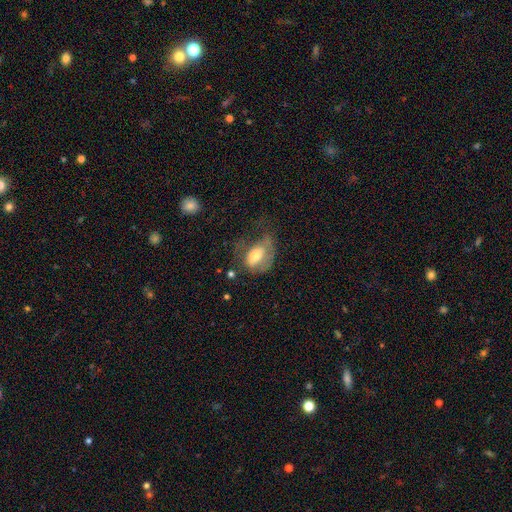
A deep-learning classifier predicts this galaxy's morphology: smooth-or-featured: smooth: 55% | featured or disk: 38% | star or artifact: 7%
  how-rounded: in between: 84% | round: 14% | cigar-shaped: 3%
  merging: major disturbance: 43% | none: 28% | minor disturbance: 26% | merger: 3%